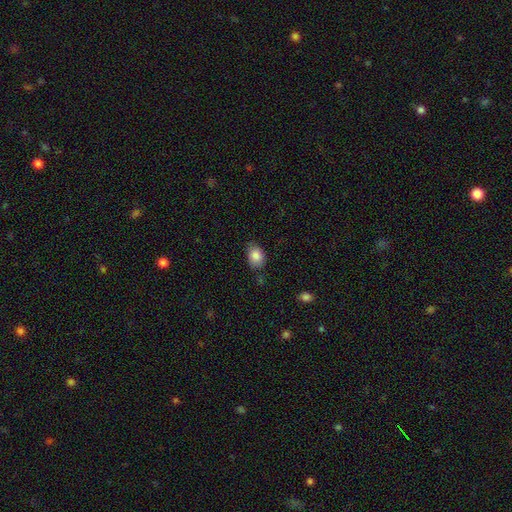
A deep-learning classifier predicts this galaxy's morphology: This appears to be a smooth galaxy with no disk features (86%) that is in between round and cigar-shaped (75%). Merging: none (73%).